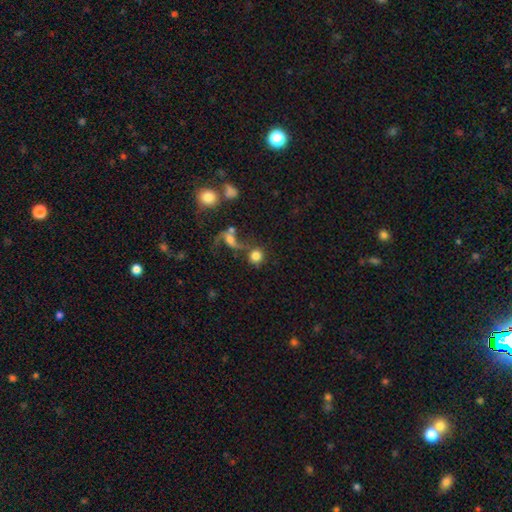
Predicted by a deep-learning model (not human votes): This appears to be a smooth galaxy with no disk features (77%) that is round (89%). Merging: none (57%).